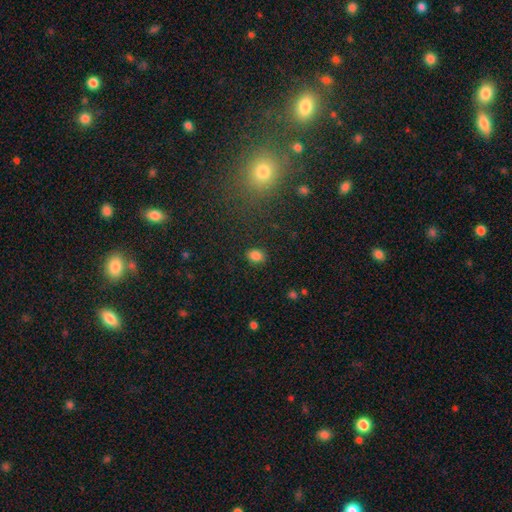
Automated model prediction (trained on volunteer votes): Smooth or featured?
  - smooth: 84% *
  - star or artifact: 12%
  - featured or disk: 4%
How rounded?
  - in between: 56% *
  - round: 42%
  - cigar-shaped: 1%
Merging?
  - none: 86% *
  - minor disturbance: 10%
  - major disturbance: 3%
  - merger: 1%